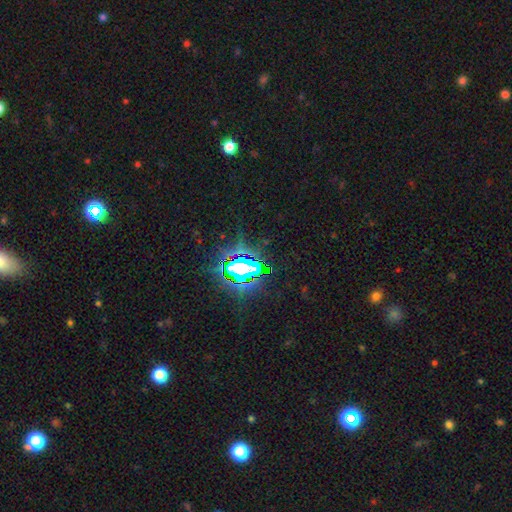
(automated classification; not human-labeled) The model was most divided on "smooth or featured": star or artifact: 81%, smooth: 10%, featured or disk: 9%.